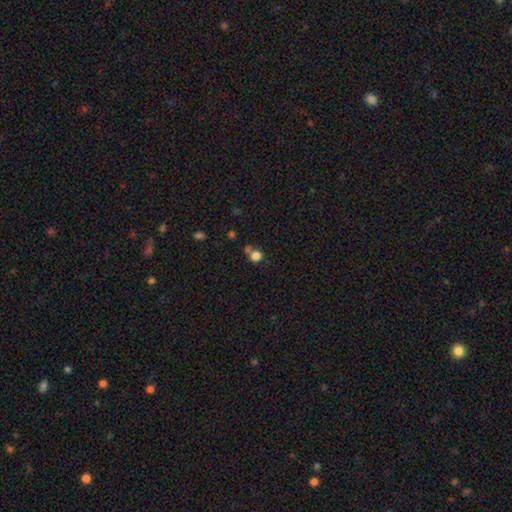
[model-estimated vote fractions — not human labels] This is clearly a smooth galaxy (81%). How rounded: clearly round (84%). Merging: possibly none (52%).